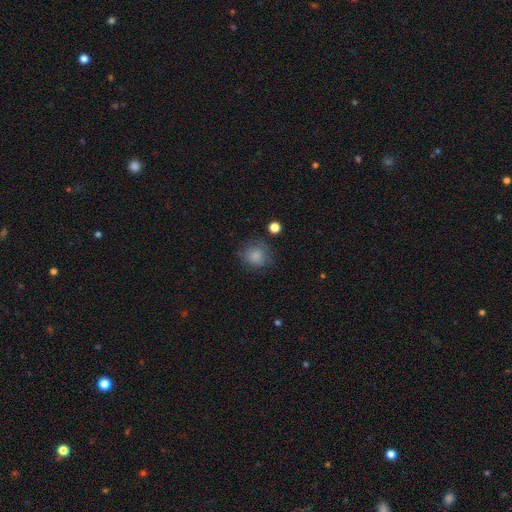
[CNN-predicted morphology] A smooth galaxy with no disk features (83%) that is round (84%). Merging: none (74%).